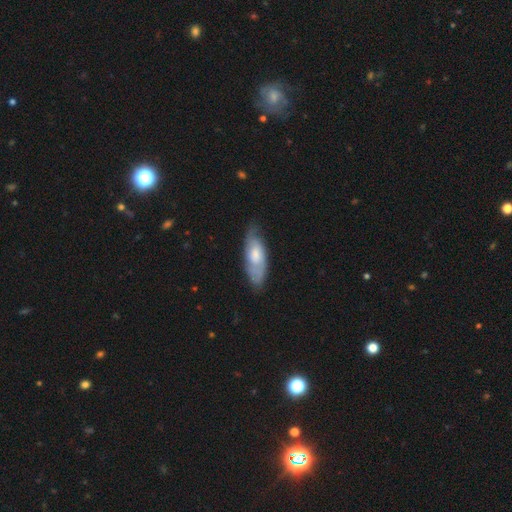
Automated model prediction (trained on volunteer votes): Morphology: type=smooth (53%); roundness=in between (70%); merging=none (67%).